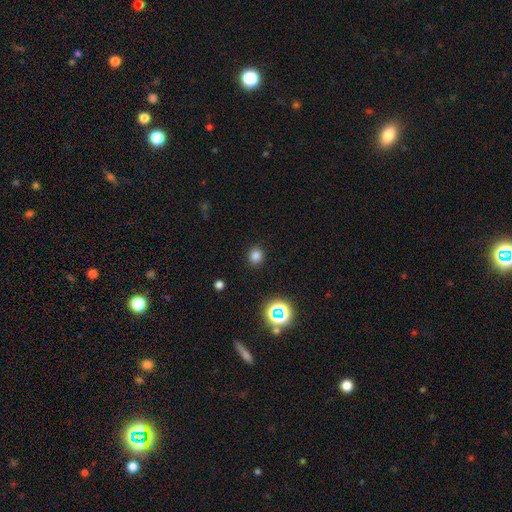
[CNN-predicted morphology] Smooth or featured? Predicted: smooth (p=0.78). How rounded? Predicted: round (p=0.84). Merging? Predicted: none (p=0.90).